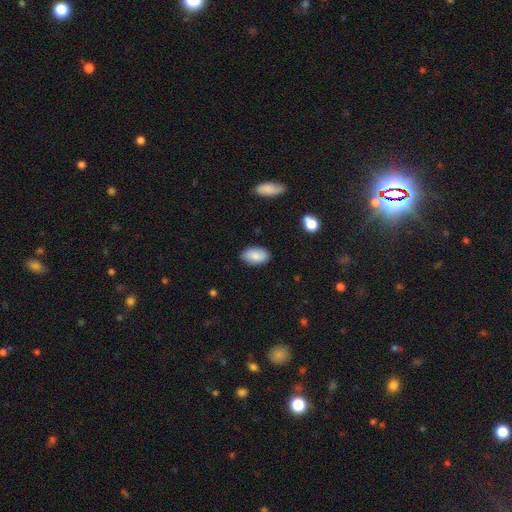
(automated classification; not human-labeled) A smooth galaxy with no disk features (86%) that is in between round and cigar-shaped (93%).

Vote fractions:
- Smooth or featured? smooth: 86% / featured or disk: 7% / star or artifact: 7%
- How rounded? in between: 93% / round: 5% / cigar-shaped: 2%
- Merging? none: 85% / minor disturbance: 12% / major disturbance: 2% / merger: 1%